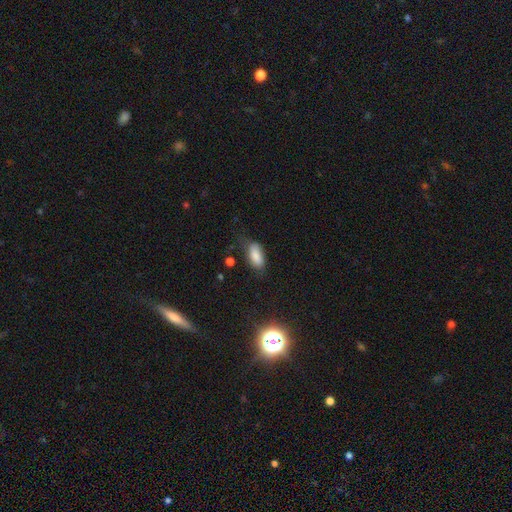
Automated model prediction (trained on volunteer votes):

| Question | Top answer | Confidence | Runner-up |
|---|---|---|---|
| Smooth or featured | smooth | 83% | star or artifact (9%) |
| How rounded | in between | 89% | cigar-shaped (8%) |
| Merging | none | 57% | minor disturbance (30%) |